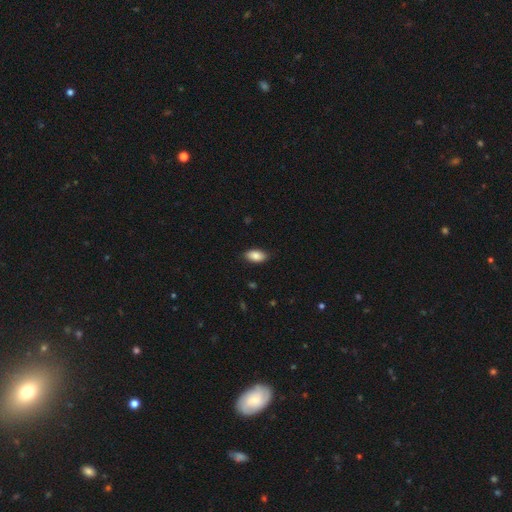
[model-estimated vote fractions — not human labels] Smooth or featured? smooth (86%)
How rounded? in between (93%)
Merging? none (86%)